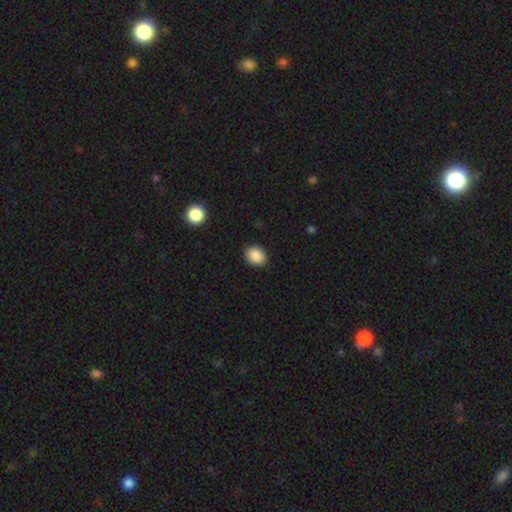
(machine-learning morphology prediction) This appears to be a smooth galaxy with no disk features (88%) that is round (50%). Merging: none (90%).